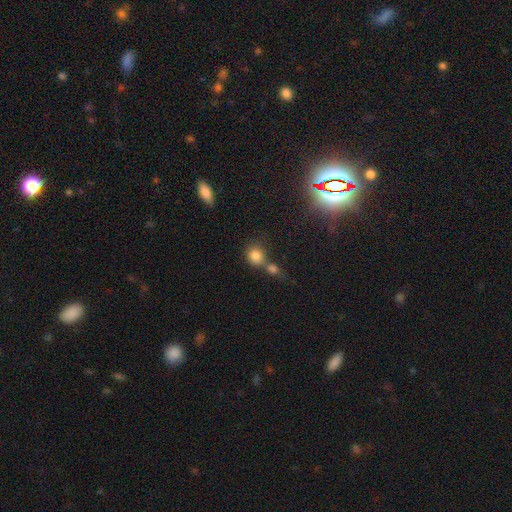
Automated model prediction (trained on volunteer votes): Smooth or featured? smooth (81%)
How rounded? round (73%)
Merging? merger (46%)